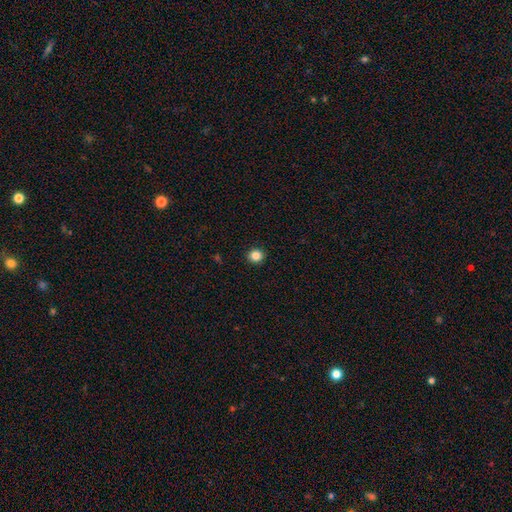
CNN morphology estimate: A smooth galaxy with no disk features (85%) that is round (91%). Merging: none (93%).